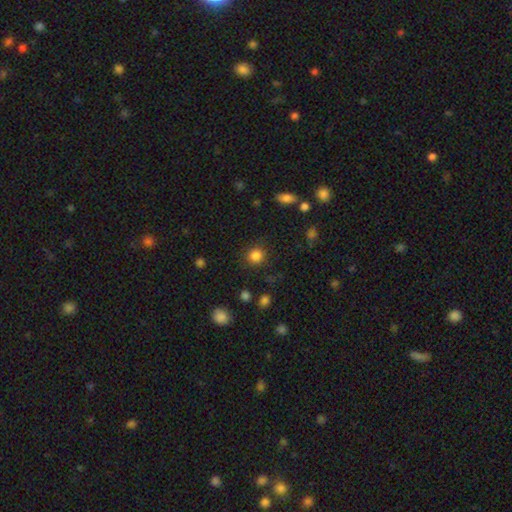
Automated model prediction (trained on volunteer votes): This is clearly a smooth galaxy (84%). How rounded: clearly round (90%). Merging: clearly none (86%).